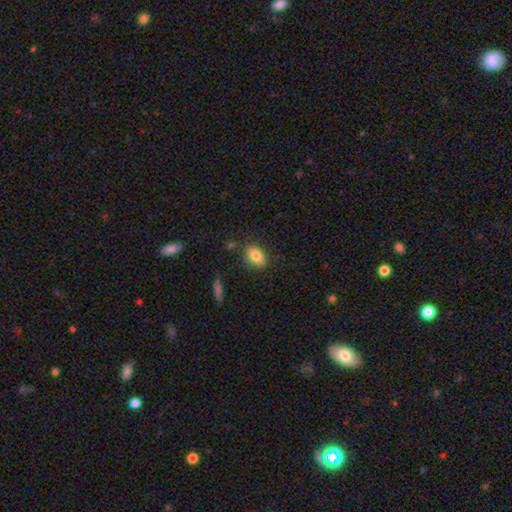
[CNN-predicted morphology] This appears to be a smooth galaxy with no disk features (82%) that is in between round and cigar-shaped (85%). Merging: none (76%).